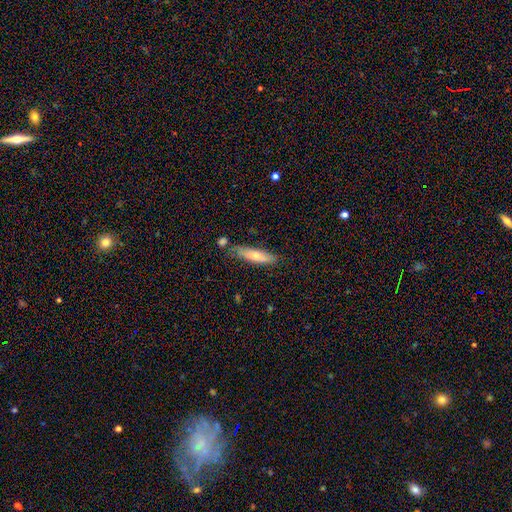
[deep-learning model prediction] A smooth galaxy with no disk features (64%) that is cigar-shaped (67%).

Vote fractions:
- Smooth or featured? smooth: 64% / featured or disk: 29% / star or artifact: 7%
- How rounded? cigar-shaped: 67% / in between: 31% / round: 2%
- Merging? none: 75% / minor disturbance: 17% / merger: 5% / major disturbance: 3%